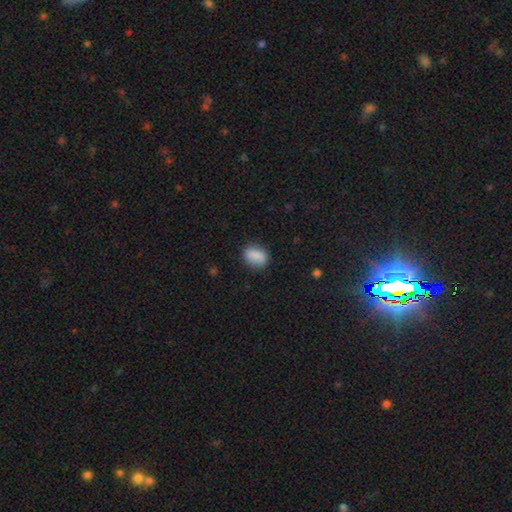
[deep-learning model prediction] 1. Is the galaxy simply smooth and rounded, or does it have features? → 81% smooth, 11% featured or disk, 8% star or artifact.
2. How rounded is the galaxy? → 63% in between, 33% round, 4% cigar-shaped.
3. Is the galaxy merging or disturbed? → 78% none, 15% minor disturbance, 4% major disturbance, 2% merger.